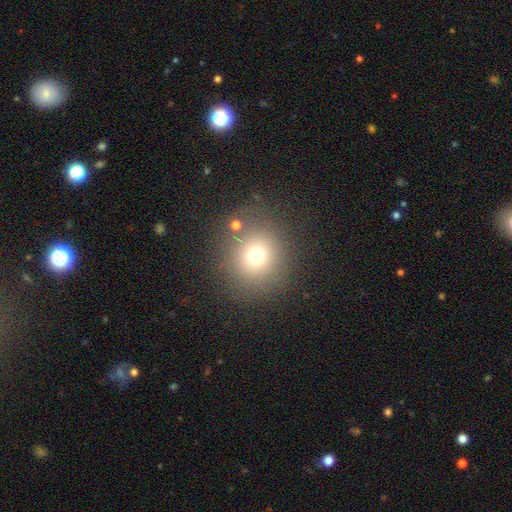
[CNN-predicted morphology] Q: Smooth or featured?
A: smooth (71%); runner-up: star or artifact (18%)
Q: How rounded?
A: round (91%); runner-up: in between (8%)
Q: Merging?
A: none (81%); runner-up: minor disturbance (8%)